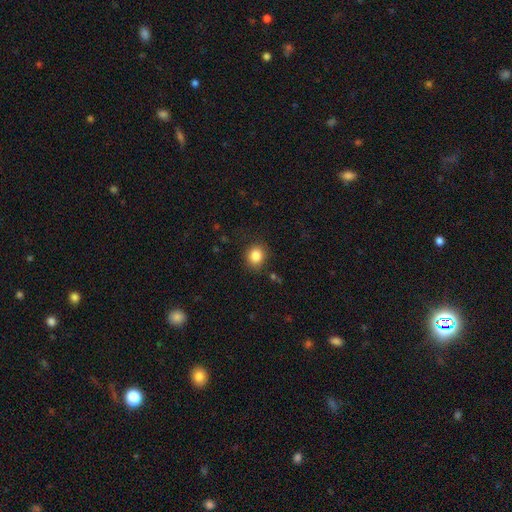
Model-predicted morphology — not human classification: Q: Smooth or featured?
A: smooth (85%); runner-up: star or artifact (10%)
Q: How rounded?
A: round (74%); runner-up: in between (25%)
Q: Merging?
A: none (85%); runner-up: minor disturbance (10%)